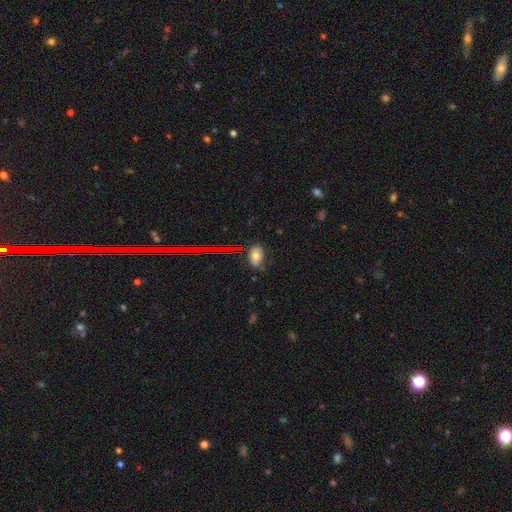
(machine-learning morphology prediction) type=smooth (71%); roundness=in between (86%); merging=none (63%).